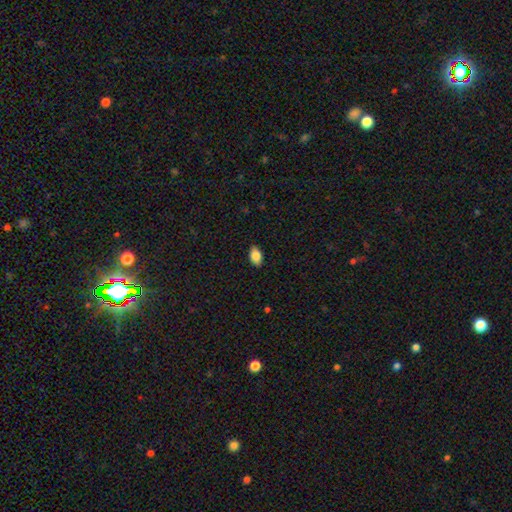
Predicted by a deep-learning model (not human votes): Smooth or featured?
  - smooth: 85% *
  - star or artifact: 8%
  - featured or disk: 7%
How rounded?
  - in between: 91% *
  - round: 7%
  - cigar-shaped: 2%
Merging?
  - none: 88% *
  - minor disturbance: 9%
  - major disturbance: 2%
  - merger: 1%